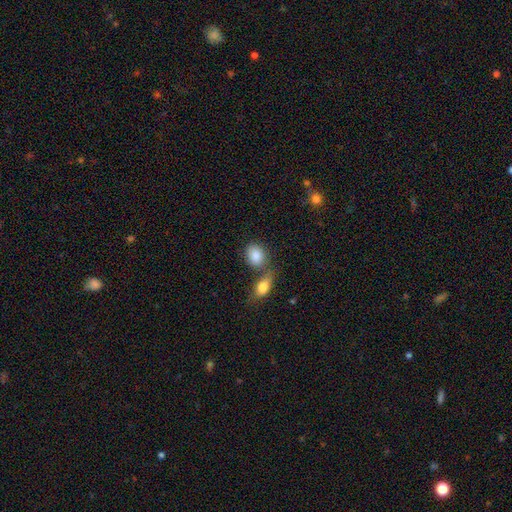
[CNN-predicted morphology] This is clearly a smooth galaxy (86%). How rounded: likely in between (66%). Merging: marginally none (44%).